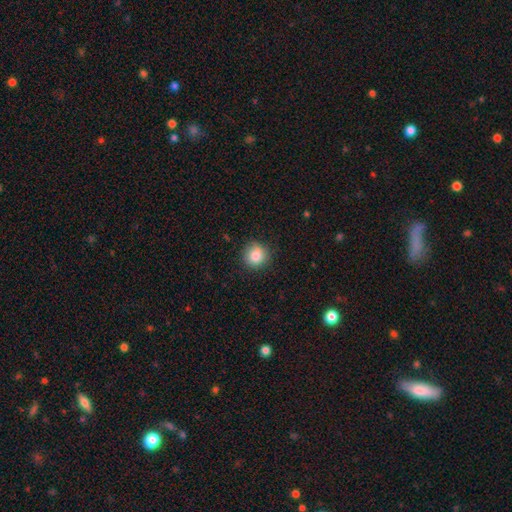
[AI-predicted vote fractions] Overall: smooth (86%). How rounded: round (92%). Merging: none (86%).